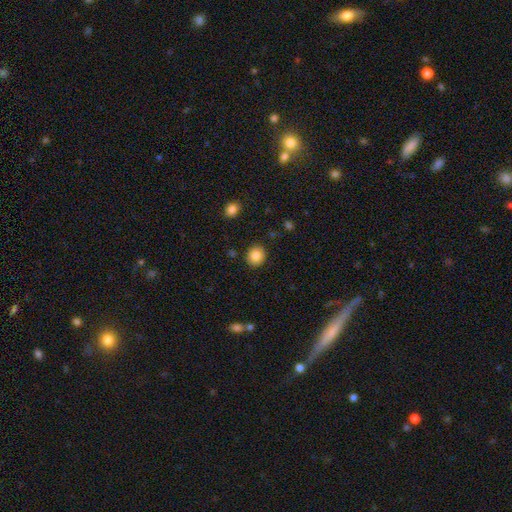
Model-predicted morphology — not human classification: smooth 84%, star or artifact 9%, featured or disk 7%. Down the decision tree: how rounded — round (82%); merging — none (89%).